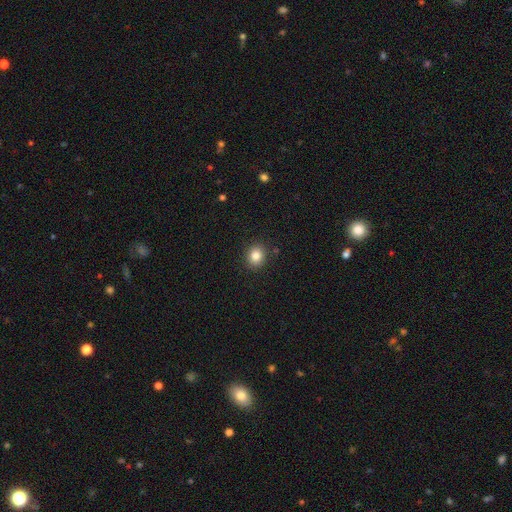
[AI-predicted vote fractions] Smooth or featured? smooth (84%)
How rounded? round (65%)
Merging? none (89%)